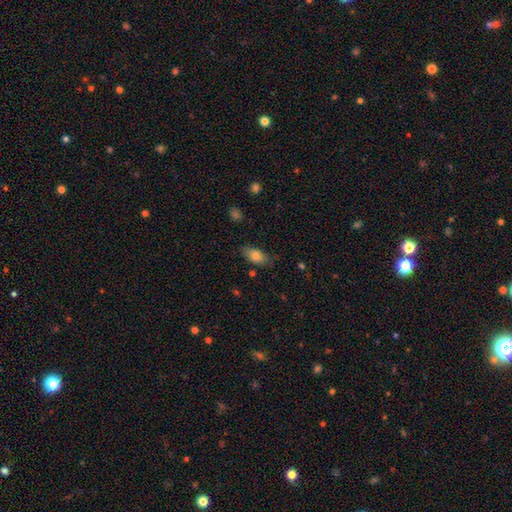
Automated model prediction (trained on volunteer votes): smooth 78%, featured or disk 14%, star or artifact 8%. Down the decision tree: how rounded — in between (88%); merging — none (76%).